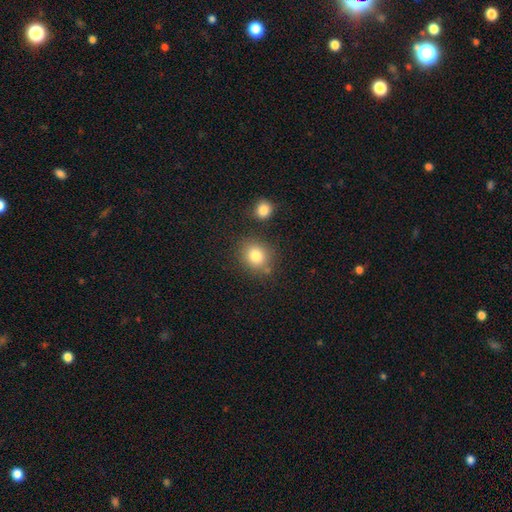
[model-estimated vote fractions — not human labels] smooth 83%, star or artifact 10%, featured or disk 7%. Down the decision tree: how rounded — round (72%); merging — none (75%).